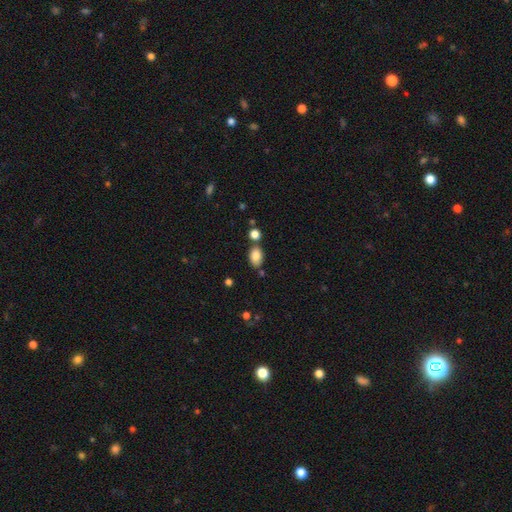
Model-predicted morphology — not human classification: This is clearly a smooth galaxy (85%). How rounded: clearly in between (86%). Merging: likely none (68%).